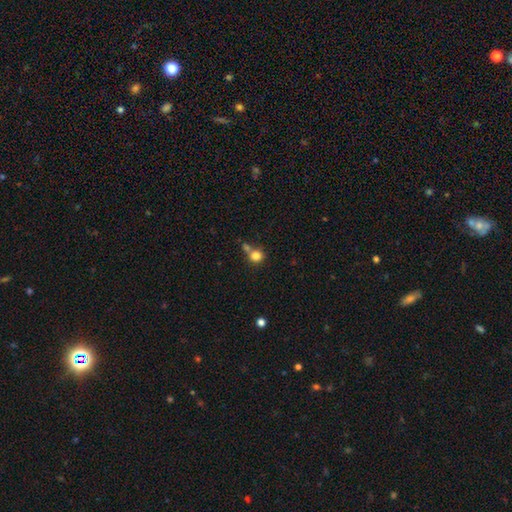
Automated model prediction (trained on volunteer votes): The model was most divided on "merging": none: 55%, merger: 31%, minor disturbance: 10%, major disturbance: 4%. More confident: how rounded — round (87%); smooth or featured — smooth (81%).